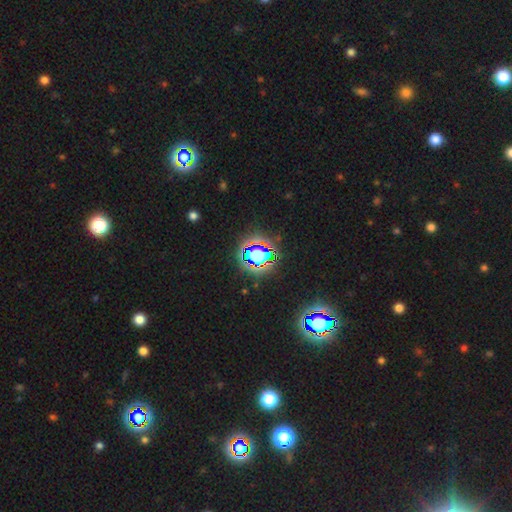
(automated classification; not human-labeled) star or artifact 65%, smooth 21%, featured or disk 14%.